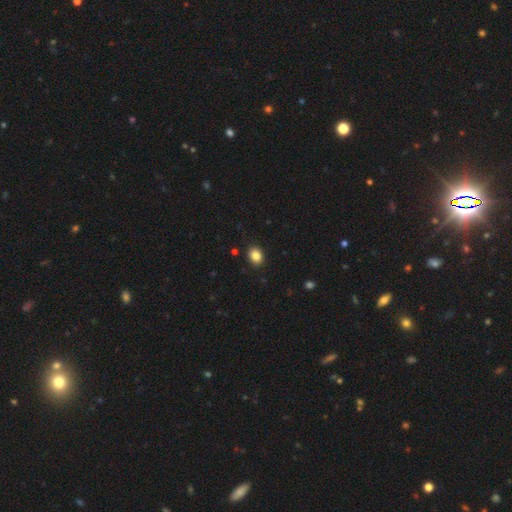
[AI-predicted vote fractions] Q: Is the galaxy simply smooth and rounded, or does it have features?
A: smooth — 86%.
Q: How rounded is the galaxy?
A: in between — 57%.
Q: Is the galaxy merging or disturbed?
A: none — 89%.